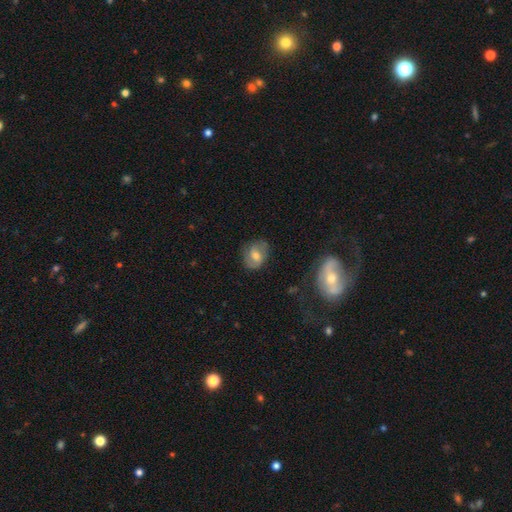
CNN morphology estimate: A smooth galaxy with no disk features (48%).

Vote fractions:
- Smooth or featured? smooth: 48% / featured or disk: 43% / star or artifact: 9%
- Merging? none: 72% / minor disturbance: 20% / major disturbance: 6% / merger: 2%